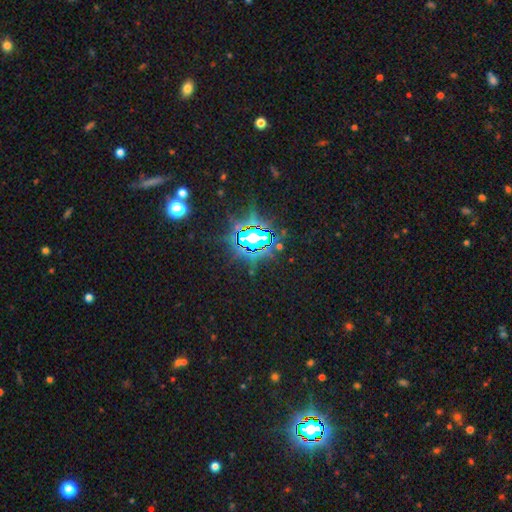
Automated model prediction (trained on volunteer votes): Smooth or featured: star or artifact — 82% (smooth — 11%)